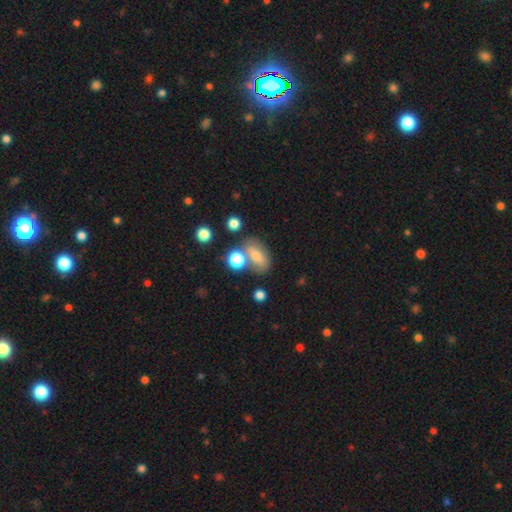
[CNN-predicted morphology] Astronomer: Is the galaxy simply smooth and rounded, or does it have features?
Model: smooth — 61%.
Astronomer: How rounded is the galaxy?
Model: in between — 75%.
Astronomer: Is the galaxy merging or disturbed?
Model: none — 54%.